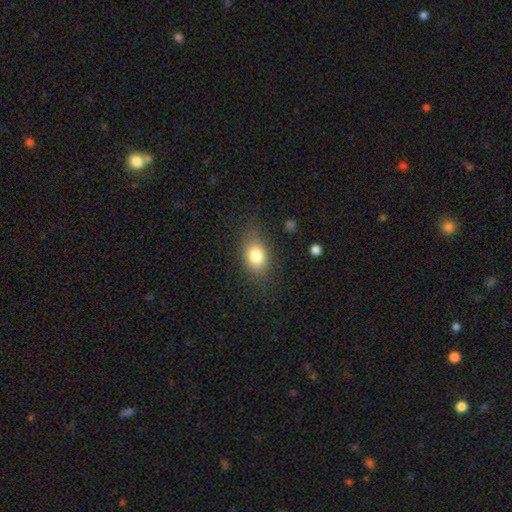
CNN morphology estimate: A smooth galaxy with no disk features (80%) that is in between round and cigar-shaped (72%). Merging: none (74%).